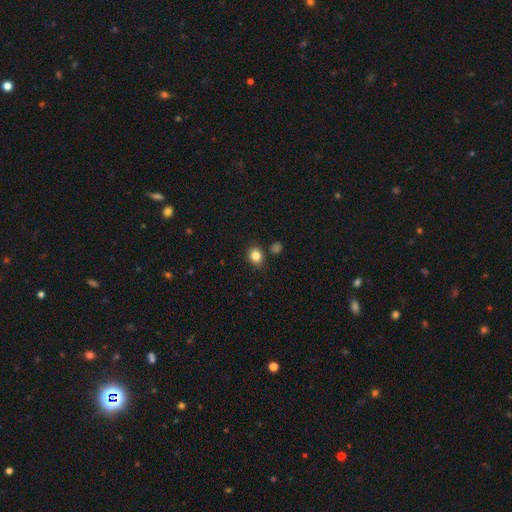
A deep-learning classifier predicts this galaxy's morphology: Smooth or featured: smooth — 84% (star or artifact — 11%)
How rounded: round — 66% (in between — 33%)
Merging: none — 83% (minor disturbance — 9%)